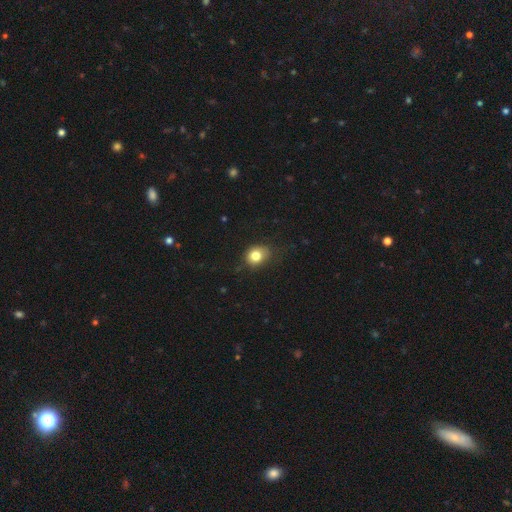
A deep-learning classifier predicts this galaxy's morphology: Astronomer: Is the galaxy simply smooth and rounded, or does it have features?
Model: smooth — 80%.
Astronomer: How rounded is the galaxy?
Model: round — 62% (runner-up: in between, 37%).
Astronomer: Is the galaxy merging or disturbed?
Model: none — 73%.